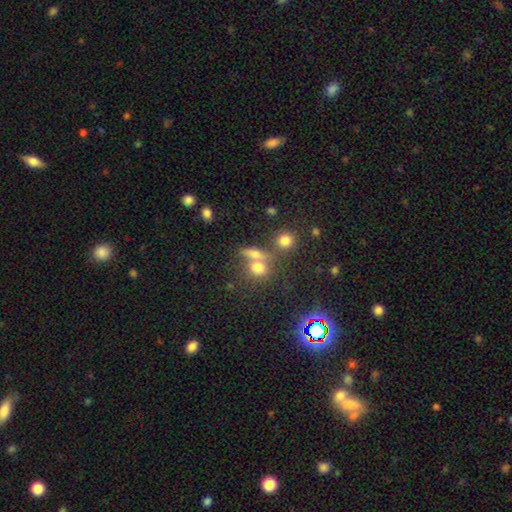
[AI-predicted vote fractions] Smooth or featured? Predicted: smooth (p=0.54). How rounded? Predicted: round (p=0.61). Merging? Predicted: none (p=0.51).